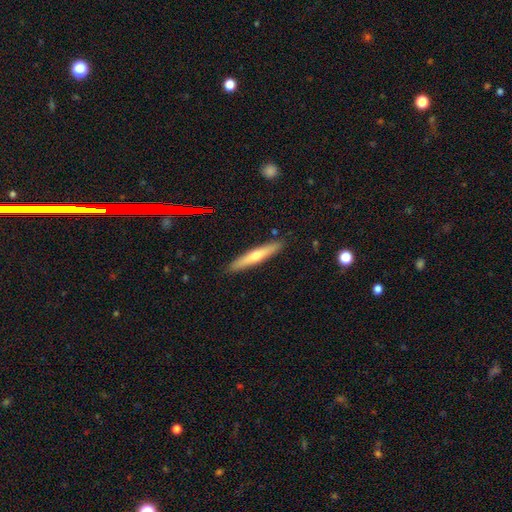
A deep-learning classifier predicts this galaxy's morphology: Q: Smooth or featured?
A: smooth (47%); runner-up: featured or disk (46%)
Q: Merging?
A: none (90%); runner-up: minor disturbance (7%)